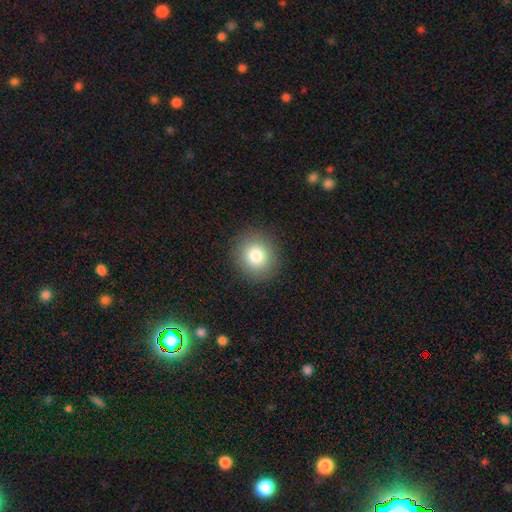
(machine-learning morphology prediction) A smooth galaxy with no disk features (81%) that is round (87%).

Vote fractions:
- Smooth or featured? smooth: 81% / star or artifact: 11% / featured or disk: 8%
- How rounded? round: 87% / in between: 12% / cigar-shaped: 1%
- Merging? none: 90% / minor disturbance: 6% / major disturbance: 2% / merger: 1%